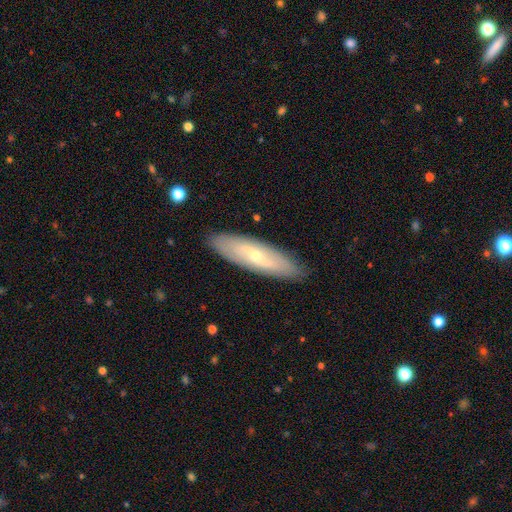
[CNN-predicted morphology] Smooth or featured: featured or disk — 60% (smooth — 34%)
Edge-on disk: no — 67% (yes — 33%)
Merging: none — 88% (minor disturbance — 9%)